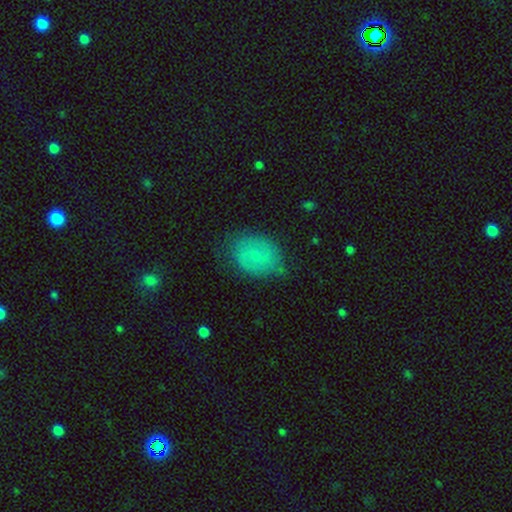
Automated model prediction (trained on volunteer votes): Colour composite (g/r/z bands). It shows a smooth galaxy with no disk features (64%) that is in between round and cigar-shaped (62%). Merging: none (65%).